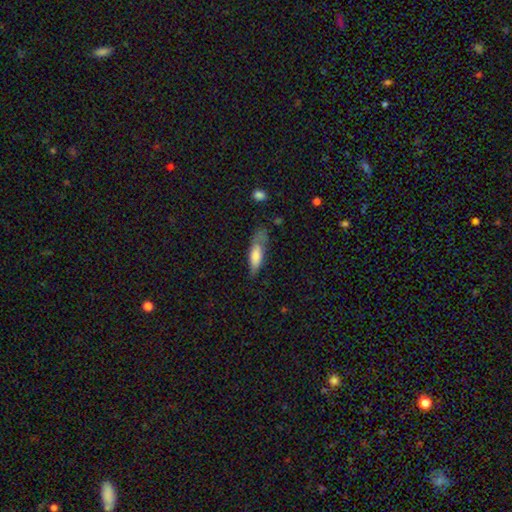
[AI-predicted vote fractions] This appears to be a smooth galaxy with no disk features (69%) that is cigar-shaped (50%). Merging: none (47%).